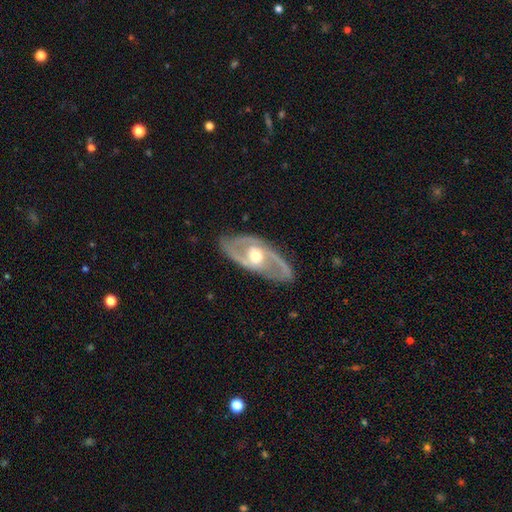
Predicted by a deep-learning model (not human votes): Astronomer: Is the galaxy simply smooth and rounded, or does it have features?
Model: featured or disk — 84%.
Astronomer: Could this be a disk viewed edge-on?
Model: no — 90%.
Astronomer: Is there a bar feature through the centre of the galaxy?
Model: no — 58%.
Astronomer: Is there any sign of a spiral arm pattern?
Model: yes — 83%.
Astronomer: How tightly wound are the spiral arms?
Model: medium — 49% (runner-up: tight, 32%).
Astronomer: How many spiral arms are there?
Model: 2 — 84%.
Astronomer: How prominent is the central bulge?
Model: moderate — 69%.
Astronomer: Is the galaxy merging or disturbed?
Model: none — 83%.